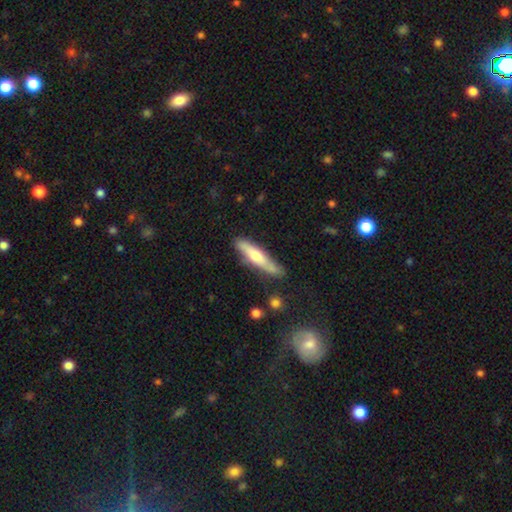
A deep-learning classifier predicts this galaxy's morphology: smooth-or-featured: smooth: 48% | featured or disk: 47% | star or artifact: 6%
  merging: none: 76% | minor disturbance: 17% | major disturbance: 3% | merger: 3%